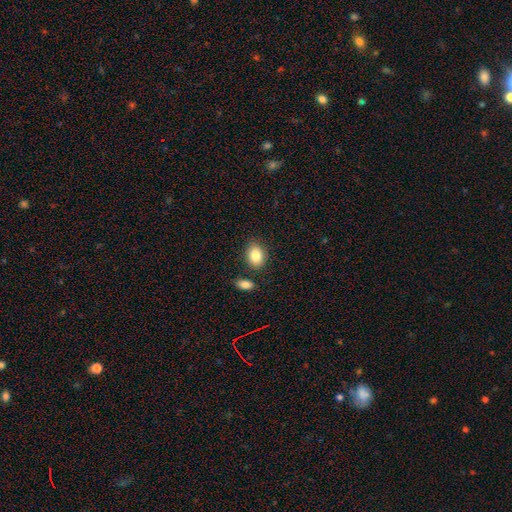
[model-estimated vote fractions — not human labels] This is clearly a smooth galaxy (85%). How rounded: likely in between (75%). Merging: likely none (80%).